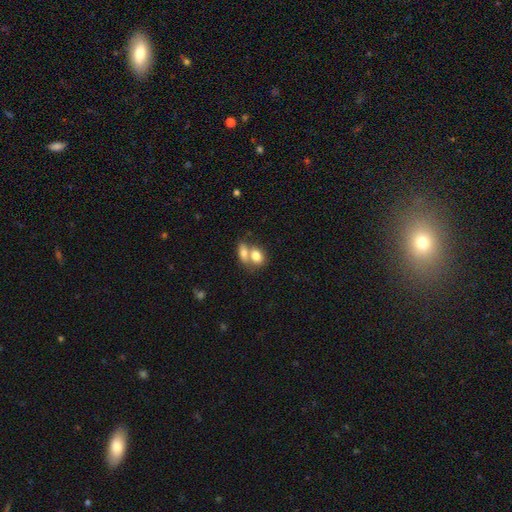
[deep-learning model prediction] A smooth galaxy with no disk features (77%) that is in between round and cigar-shaped (71%). Merging: merger (64%).